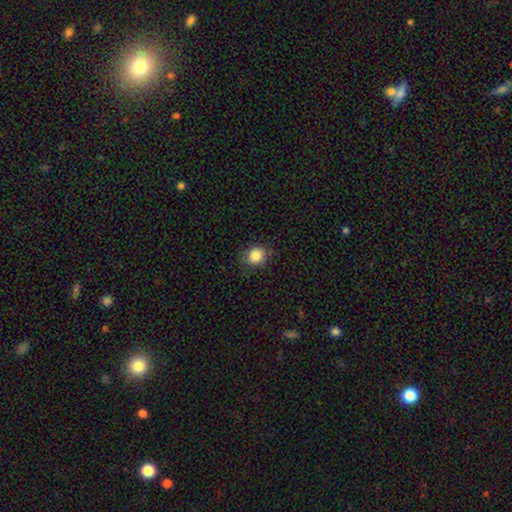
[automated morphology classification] Overall: smooth (85%). How rounded: round (74%). Merging: none (84%).